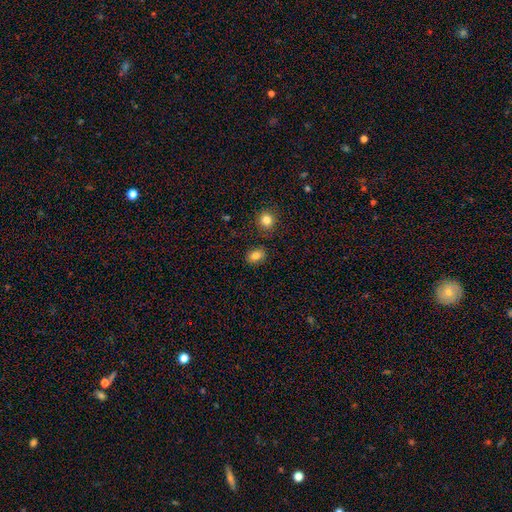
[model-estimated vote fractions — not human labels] Smooth or featured: smooth — 83% (star or artifact — 10%)
How rounded: in between — 67% (round — 32%)
Merging: none — 86% (minor disturbance — 9%)